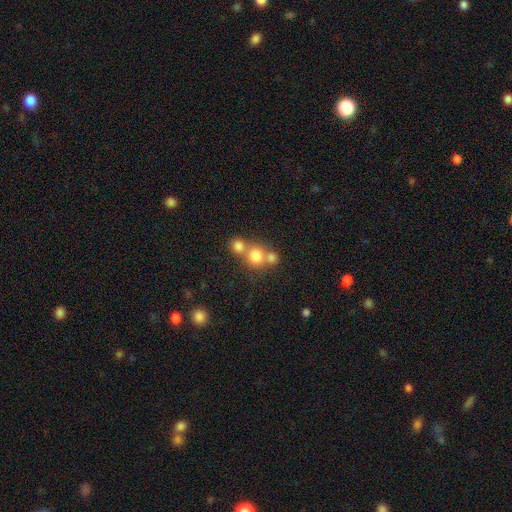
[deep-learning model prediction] smooth 74%, star or artifact 13%, featured or disk 13%. Down the decision tree: how rounded — round (84%); merging — merger (49%).